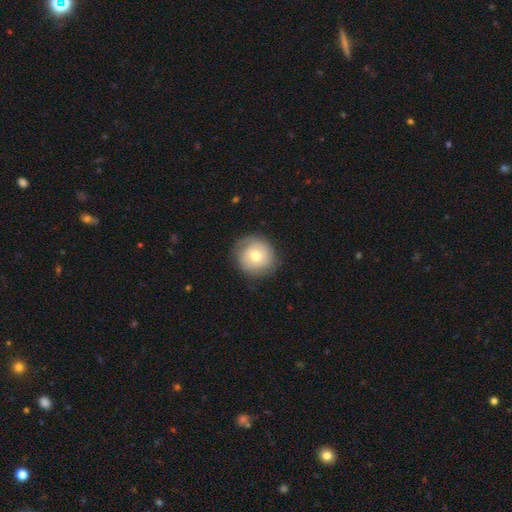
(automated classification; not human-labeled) Q: Smooth or featured?
A: smooth (60%); runner-up: featured or disk (32%)
Q: How rounded?
A: round (90%); runner-up: in between (9%)
Q: Merging?
A: none (79%); runner-up: minor disturbance (16%)